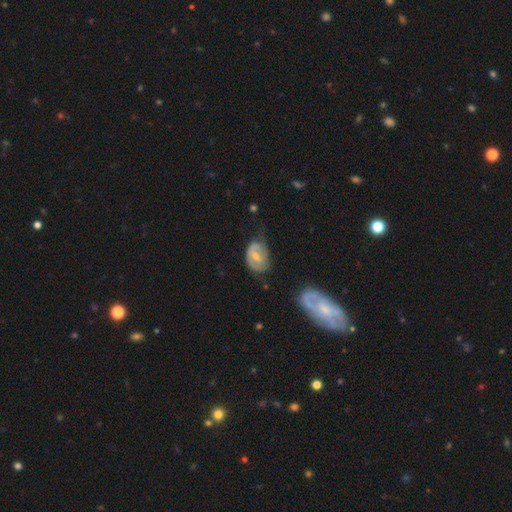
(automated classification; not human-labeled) Q: Smooth or featured?
A: featured or disk (55%); runner-up: smooth (39%)
Q: Edge-on disk?
A: no (95%); runner-up: yes (5%)
Q: Bar?
A: weak (49%); runner-up: no (29%)
Q: Spiral arms?
A: yes (61%); runner-up: no (39%)
Q: Bulge size?
A: small (48%); runner-up: moderate (47%)
Q: Merging?
A: none (38%); runner-up: minor disturbance (37%)